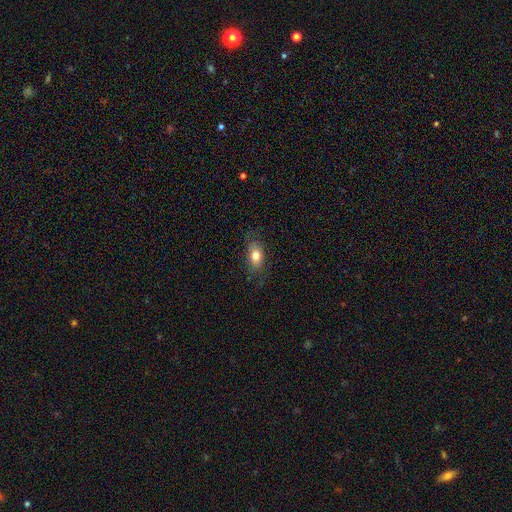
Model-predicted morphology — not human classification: A smooth galaxy with no disk features (77%) that is in between round and cigar-shaped (85%).

Vote fractions:
- Smooth or featured? smooth: 77% / featured or disk: 15% / star or artifact: 8%
- How rounded? in between: 85% / round: 11% / cigar-shaped: 4%
- Merging? none: 74% / minor disturbance: 18% / major disturbance: 6% / merger: 1%